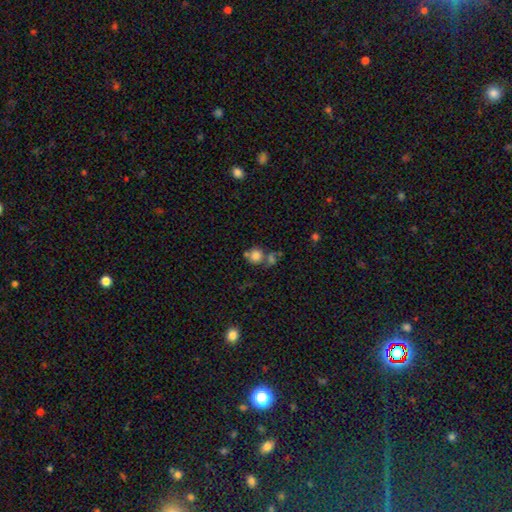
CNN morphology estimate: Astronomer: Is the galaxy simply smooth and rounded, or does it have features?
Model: smooth — 76%.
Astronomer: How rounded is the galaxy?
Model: round — 84%.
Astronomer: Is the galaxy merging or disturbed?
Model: none — 47% (runner-up: merger, 34%).